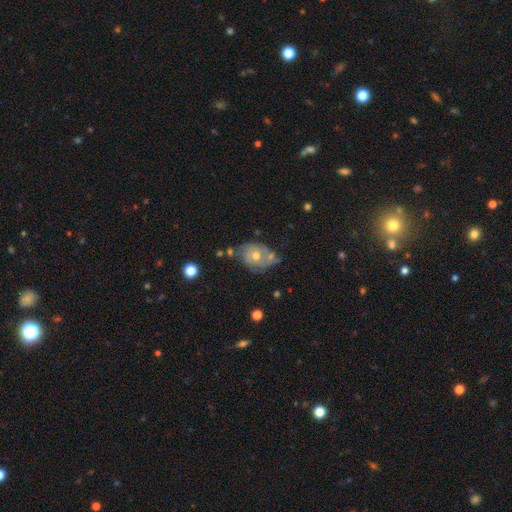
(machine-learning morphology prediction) smooth-or-featured: featured or disk: 54% | smooth: 37% | star or artifact: 10%
  disk-edge-on: no: 95% | yes: 5%
    bar: no: 81% | weak: 16% | strong: 3%
    has-spiral-arms: yes: 57% | no: 43%
    bulge-size: moderate: 68% | small: 27% | large: 3% | none: 1% | dominant: 1%
  merging: none: 48% | minor disturbance: 27% | merger: 15% | major disturbance: 10%